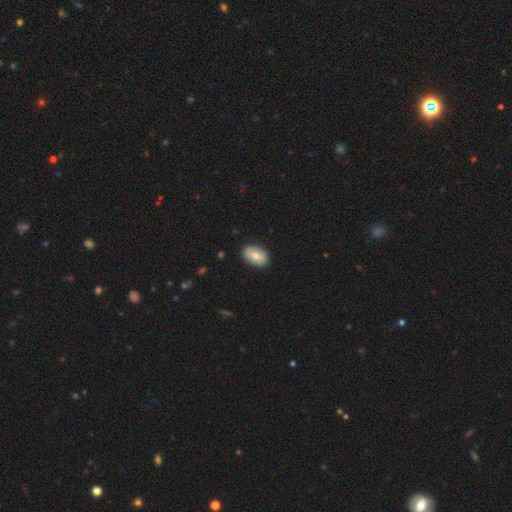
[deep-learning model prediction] smooth_or_featured: smooth (p=0.75) [alt: featured or disk p=0.19]
how_rounded: in between (p=0.89) [alt: round p=0.09]
merging: none (p=0.88) [alt: minor disturbance p=0.09]